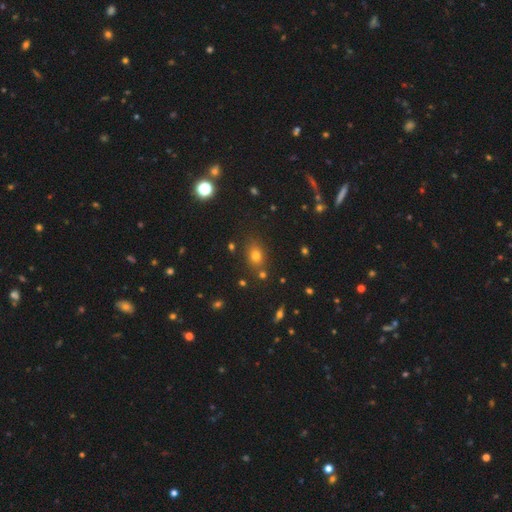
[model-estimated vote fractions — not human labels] The model was most divided on "how rounded": in between: 56%, round: 42%, cigar-shaped: 2%. More confident: merging — none (77%); smooth or featured — smooth (71%).